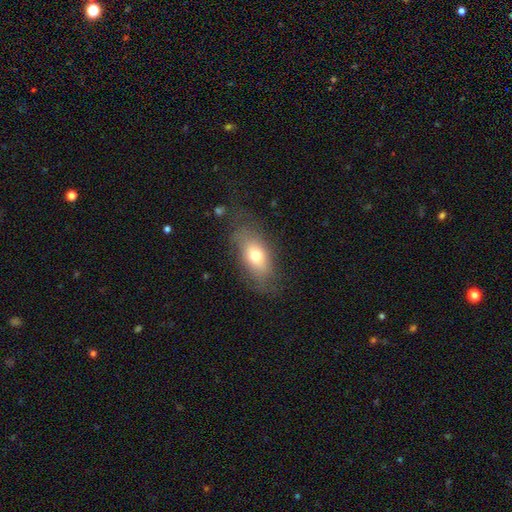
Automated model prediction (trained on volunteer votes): Morphology: type=smooth (69%); roundness=in between (86%); merging=none (69%).